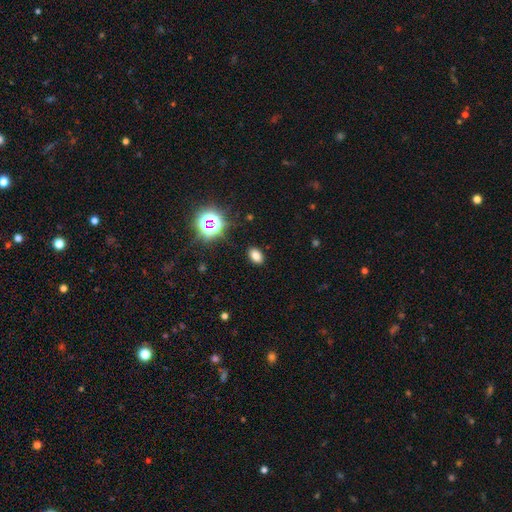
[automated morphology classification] This appears to be a smooth galaxy with no disk features (74%) that is in between round and cigar-shaped (85%). Merging: none (88%).